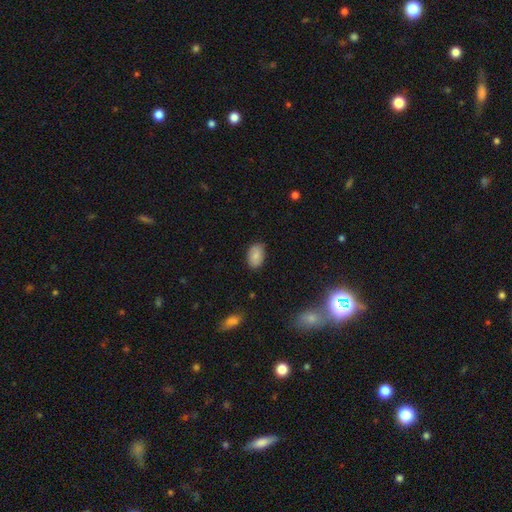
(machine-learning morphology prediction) smooth_or_featured: smooth (p=0.81) [alt: featured or disk p=0.12]
how_rounded: in between (p=0.88) [alt: round p=0.10]
merging: none (p=0.82) [alt: minor disturbance p=0.14]